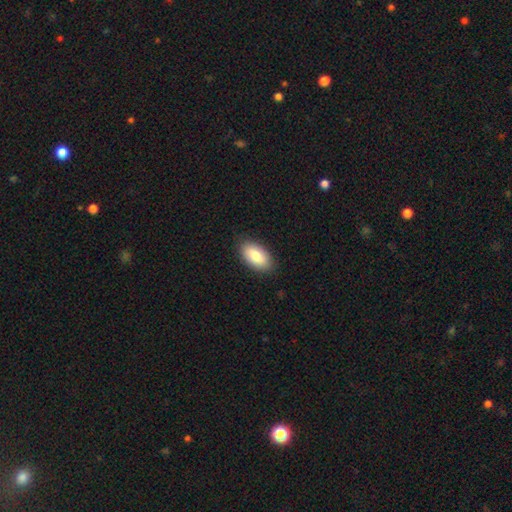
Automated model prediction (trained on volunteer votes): Smooth or featured? Predicted: smooth (p=0.82). How rounded? Predicted: in between (p=0.94). Merging? Predicted: none (p=0.88).